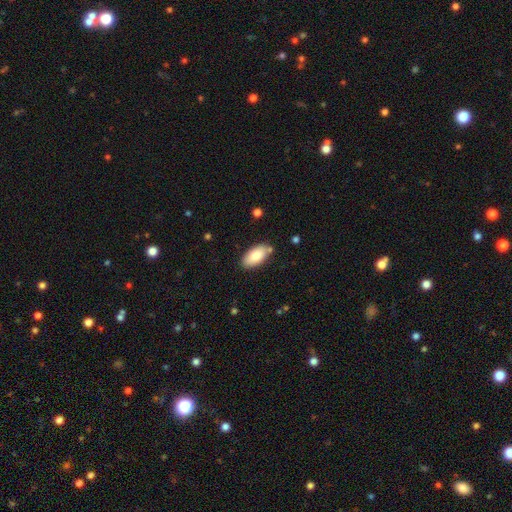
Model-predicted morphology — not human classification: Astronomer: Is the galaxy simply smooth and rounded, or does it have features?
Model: smooth — 80%.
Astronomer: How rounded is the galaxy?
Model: in between — 94%.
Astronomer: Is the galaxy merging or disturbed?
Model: none — 81%.